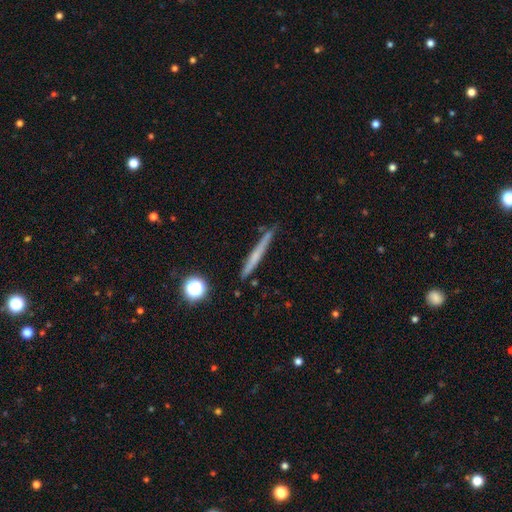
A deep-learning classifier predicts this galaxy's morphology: Overall: smooth (46%; featured or disk 45%). Merging: none (86%).